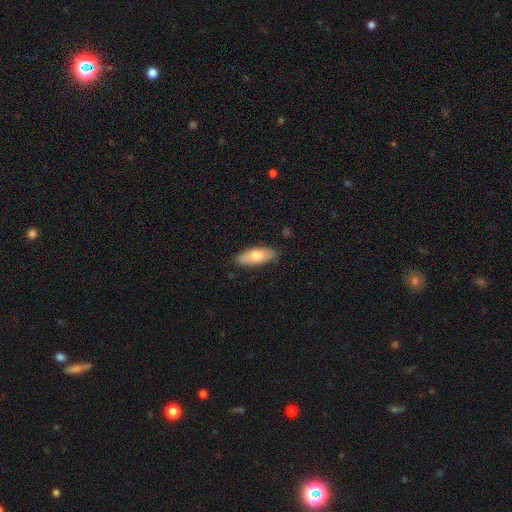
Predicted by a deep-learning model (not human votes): This appears to be a smooth galaxy with no disk features (70%) that is in between round and cigar-shaped (77%). Merging: none (85%).